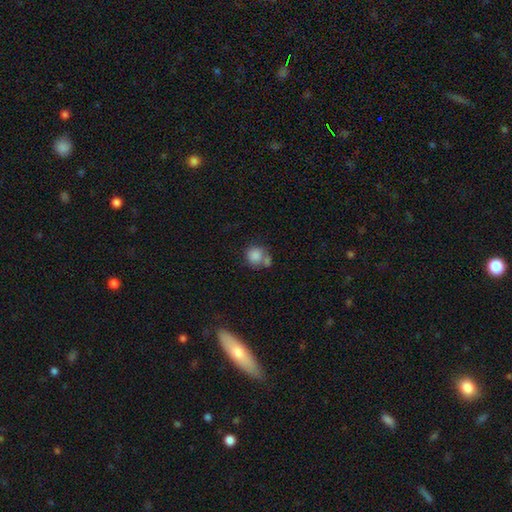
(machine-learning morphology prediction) type=smooth (83%); roundness=round (85%); merging=none (45%).